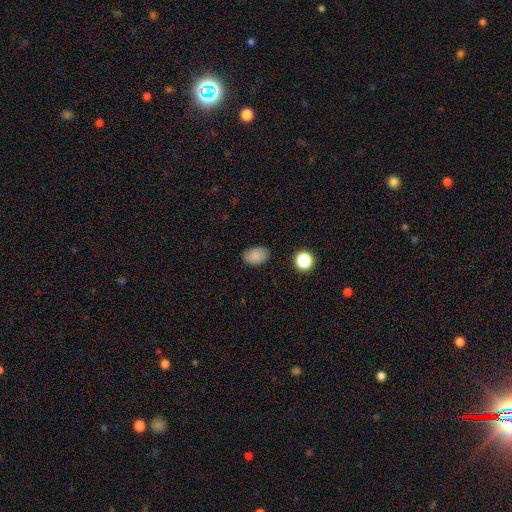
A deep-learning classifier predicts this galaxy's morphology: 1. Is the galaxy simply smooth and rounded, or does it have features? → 84% smooth, 10% star or artifact, 5% featured or disk.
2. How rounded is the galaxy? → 80% in between, 19% round, 1% cigar-shaped.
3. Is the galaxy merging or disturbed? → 82% none, 13% minor disturbance, 3% major disturbance, 2% merger.